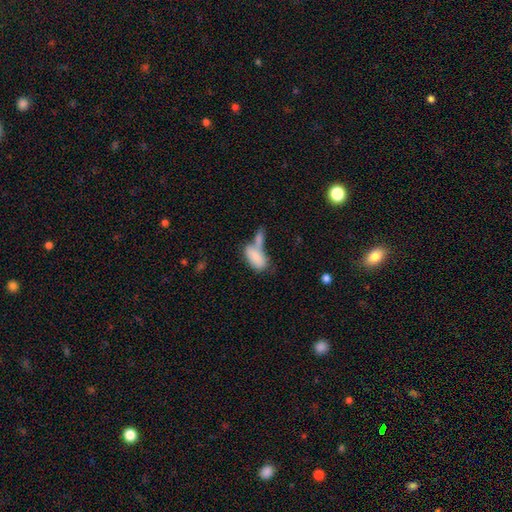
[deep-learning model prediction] smooth_or_featured: smooth (p=0.80) [alt: featured or disk p=0.13]
how_rounded: in between (p=0.90) [alt: cigar-shaped p=0.07]
merging: merger (p=0.57) [alt: none p=0.23]